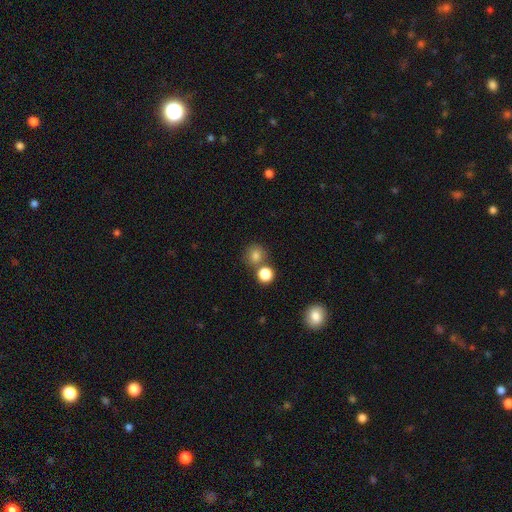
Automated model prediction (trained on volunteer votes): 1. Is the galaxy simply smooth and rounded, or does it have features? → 80% smooth, 13% star or artifact, 7% featured or disk.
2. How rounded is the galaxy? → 87% round, 12% in between, 1% cigar-shaped.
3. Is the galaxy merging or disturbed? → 65% none, 23% merger, 9% minor disturbance, 3% major disturbance.